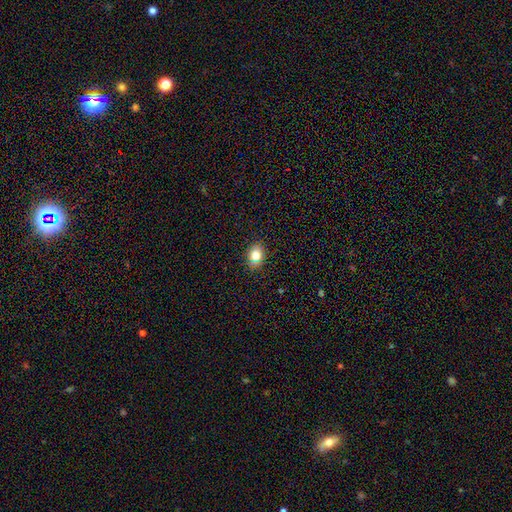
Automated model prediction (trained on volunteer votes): smooth 81%, star or artifact 10%, featured or disk 9%. Down the decision tree: how rounded — in between (67%); merging — none (88%).